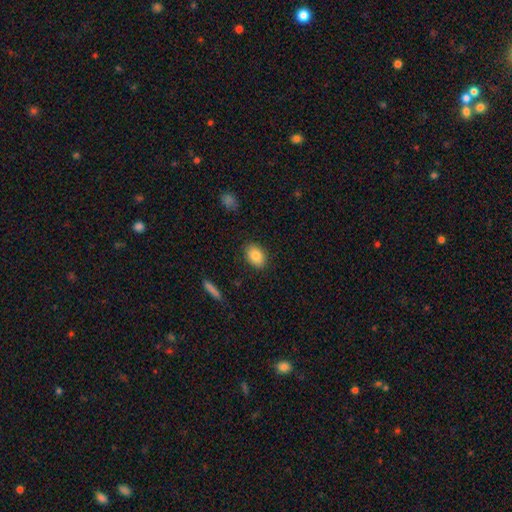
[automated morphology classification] The model was most divided on "how rounded": in between: 83%, round: 15%, cigar-shaped: 1%. More confident: merging — none (86%); smooth or featured — smooth (85%).